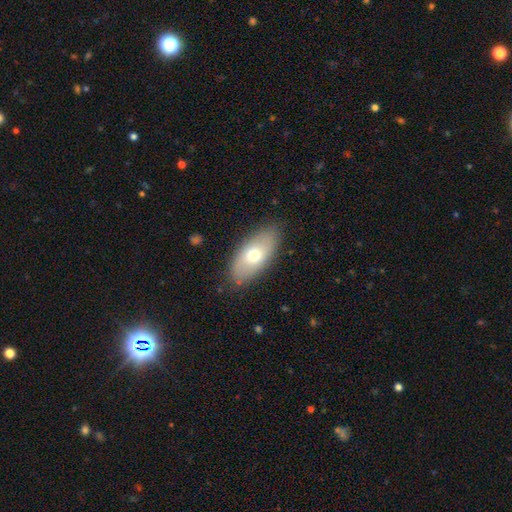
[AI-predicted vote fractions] This appears to be a smooth galaxy with no disk features (67%) that is in between round and cigar-shaped (90%). Merging: none (85%).